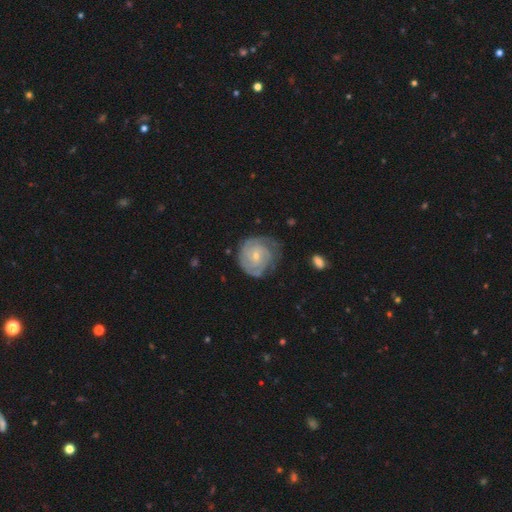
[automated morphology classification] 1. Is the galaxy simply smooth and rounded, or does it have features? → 86% featured or disk, 9% smooth, 5% star or artifact.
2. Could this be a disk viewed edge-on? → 98% no, 2% yes.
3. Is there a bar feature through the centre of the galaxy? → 56% no, 37% weak, 7% strong.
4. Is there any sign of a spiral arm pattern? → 97% yes, 3% no.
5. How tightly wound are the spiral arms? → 78% tight, 19% medium, 3% loose.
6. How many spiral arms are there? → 27% 3, 26% 2, 24% can't tell, 12% 4, 5% 1, 5% more than 4.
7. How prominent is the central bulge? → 70% small, 27% moderate, 2% none, 1% large, 1% dominant.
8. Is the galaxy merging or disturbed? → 71% none, 20% minor disturbance, 7% major disturbance, 2% merger.